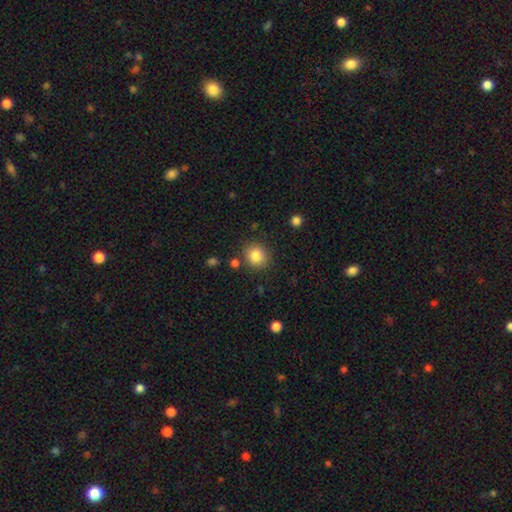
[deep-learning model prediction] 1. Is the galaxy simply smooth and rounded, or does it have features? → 84% smooth, 10% star or artifact, 6% featured or disk.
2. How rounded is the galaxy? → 85% round, 14% in between, 1% cigar-shaped.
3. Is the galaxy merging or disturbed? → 84% none, 8% minor disturbance, 4% merger, 3% major disturbance.